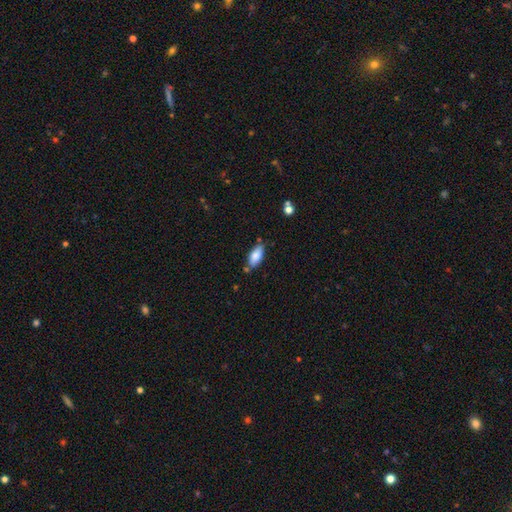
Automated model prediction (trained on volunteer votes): smooth 81%, featured or disk 12%, star or artifact 7%. Down the decision tree: how rounded — in between (85%); merging — none (73%).